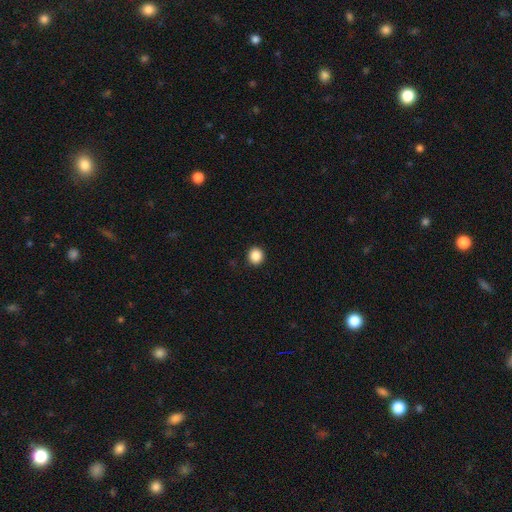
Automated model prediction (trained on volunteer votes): A smooth galaxy with no disk features (87%) that is round (92%).

Vote fractions:
- Smooth or featured? smooth: 87% / star or artifact: 10% / featured or disk: 3%
- How rounded? round: 92% / in between: 7% / cigar-shaped: 1%
- Merging? none: 93% / minor disturbance: 5% / major disturbance: 2% / merger: 1%